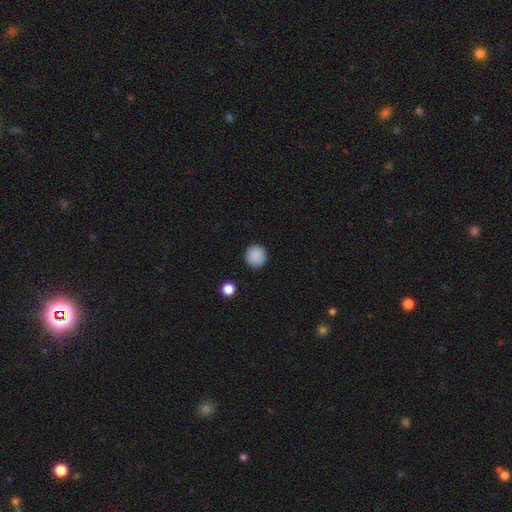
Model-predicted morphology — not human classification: The model was most divided on "smooth or featured": smooth: 88%, star or artifact: 9%, featured or disk: 3%. More confident: how rounded — round (94%); merging — none (91%).